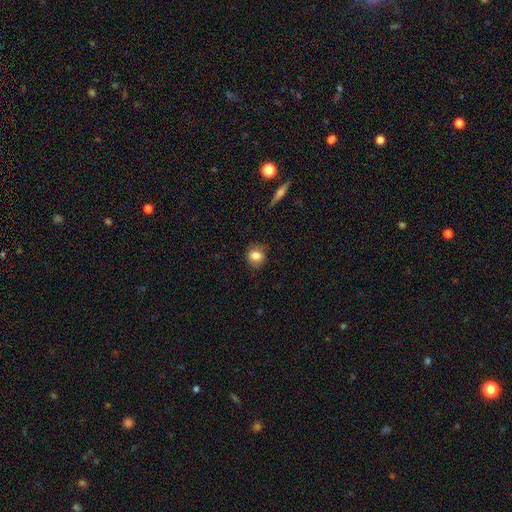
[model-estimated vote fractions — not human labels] Smooth or featured? Predicted: smooth (p=0.81). How rounded? Predicted: round (p=0.76). Merging? Predicted: none (p=0.77).